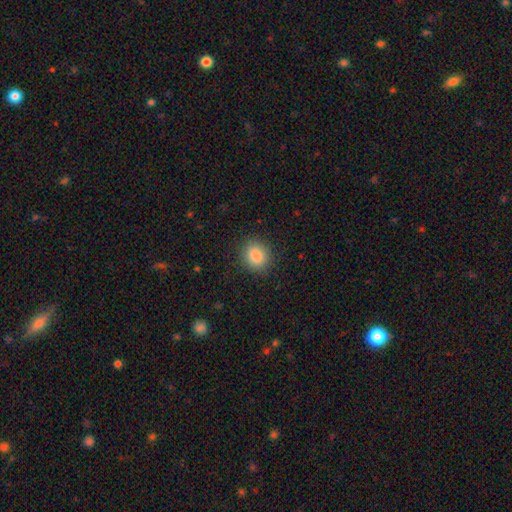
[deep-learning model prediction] This is clearly a smooth galaxy (85%). How rounded: likely round (76%). Merging: clearly none (89%).